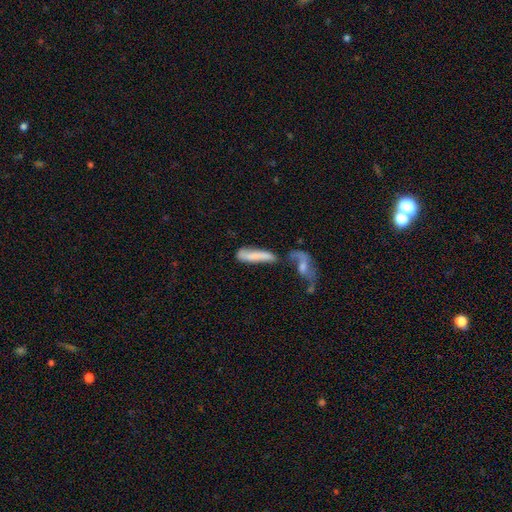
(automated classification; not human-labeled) smooth-or-featured: smooth: 66% | featured or disk: 26% | star or artifact: 8%
  how-rounded: cigar-shaped: 77% | in between: 20% | round: 2%
  merging: merger: 36% | none: 34% | minor disturbance: 17% | major disturbance: 13%